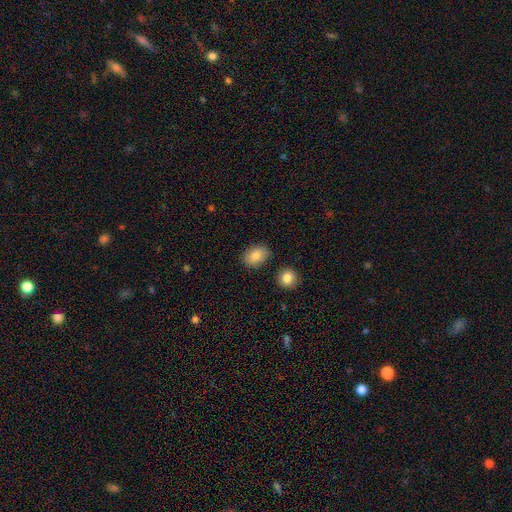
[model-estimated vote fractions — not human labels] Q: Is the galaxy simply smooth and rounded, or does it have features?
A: smooth — 83%.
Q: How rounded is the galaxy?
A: in between — 74%.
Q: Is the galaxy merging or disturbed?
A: none — 81%.